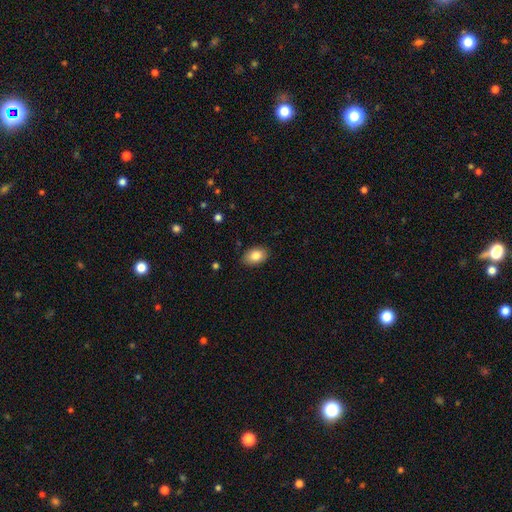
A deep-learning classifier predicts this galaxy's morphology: smooth-or-featured: smooth: 84% | featured or disk: 9% | star or artifact: 8%
  how-rounded: in between: 84% | round: 15% | cigar-shaped: 1%
  merging: none: 86% | minor disturbance: 11% | major disturbance: 2% | merger: 1%